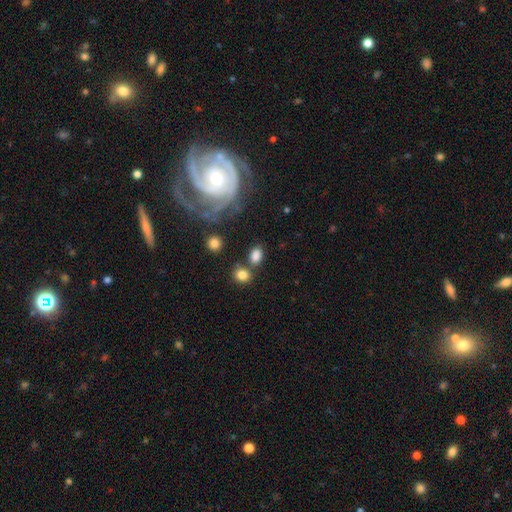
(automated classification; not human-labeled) Overall: smooth (80%). How rounded: in between (70%). Merging: none (66%).